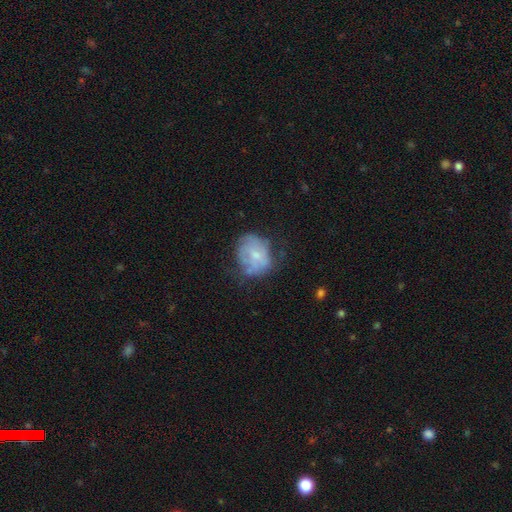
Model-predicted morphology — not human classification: Smooth or featured? smooth (47%)
Merging? none (46%)